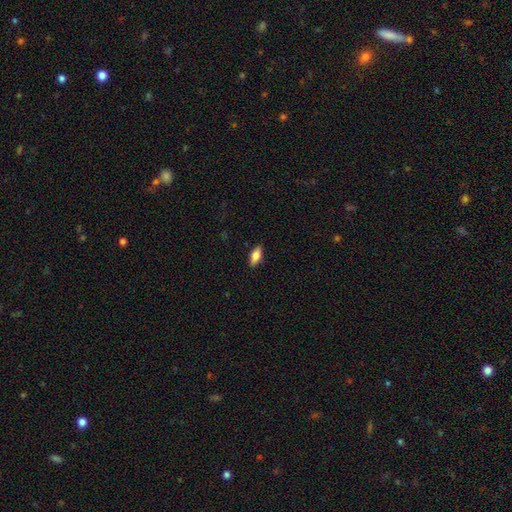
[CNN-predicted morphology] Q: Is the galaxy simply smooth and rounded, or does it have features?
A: smooth — 73%.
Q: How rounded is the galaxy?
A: in between — 77%.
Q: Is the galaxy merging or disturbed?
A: none — 88%.